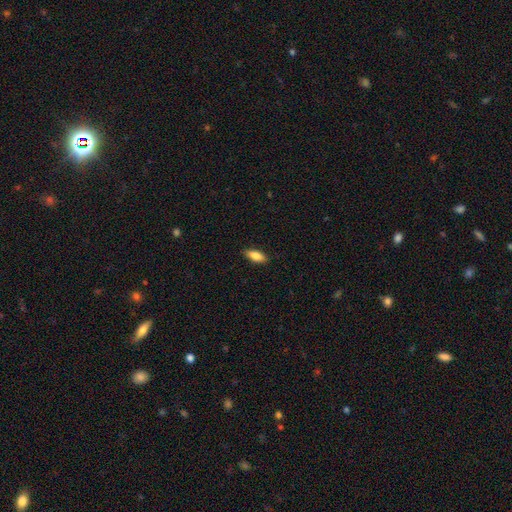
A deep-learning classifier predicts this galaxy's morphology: This appears to be a smooth galaxy with no disk features (85%) that is in between round and cigar-shaped (80%). Merging: none (87%).